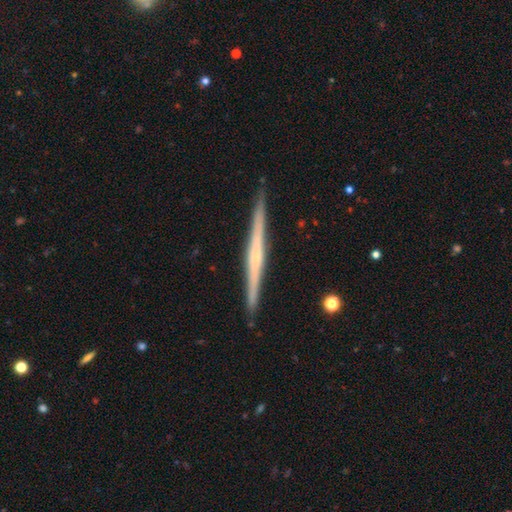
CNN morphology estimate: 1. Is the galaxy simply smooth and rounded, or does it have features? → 73% featured or disk, 21% smooth, 5% star or artifact.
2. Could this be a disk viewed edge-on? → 98% yes, 2% no.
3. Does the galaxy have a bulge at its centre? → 53% none, 35% rounded, 13% boxy.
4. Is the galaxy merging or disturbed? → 92% none, 6% minor disturbance, 1% major disturbance, 1% merger.